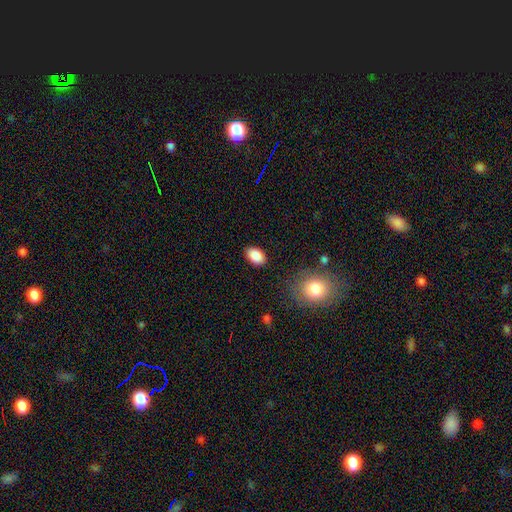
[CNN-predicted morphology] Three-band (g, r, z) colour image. It shows a smooth galaxy with no disk features (88%) that is in between round and cigar-shaped (88%). Merging: none (86%).